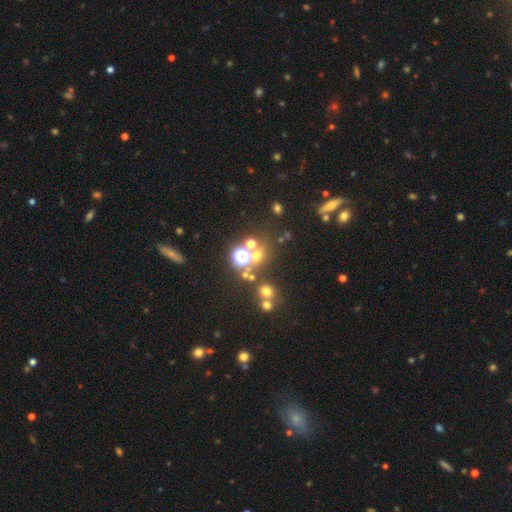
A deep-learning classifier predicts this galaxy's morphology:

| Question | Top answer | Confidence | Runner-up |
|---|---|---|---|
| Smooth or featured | star or artifact | 44% | smooth (43%) |